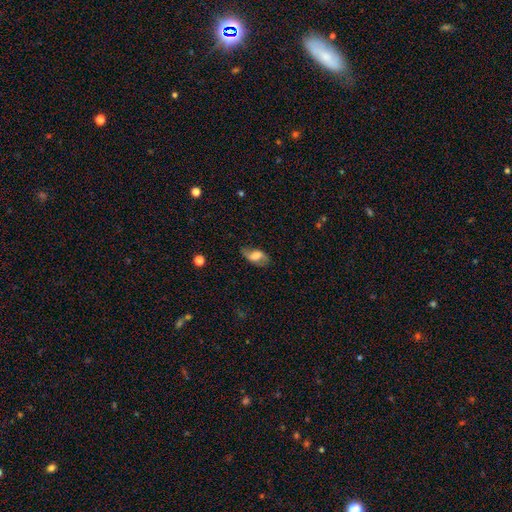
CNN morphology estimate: Q: Smooth or featured?
A: featured or disk (50%); runner-up: smooth (41%)
Q: Merging?
A: none (67%); runner-up: minor disturbance (22%)